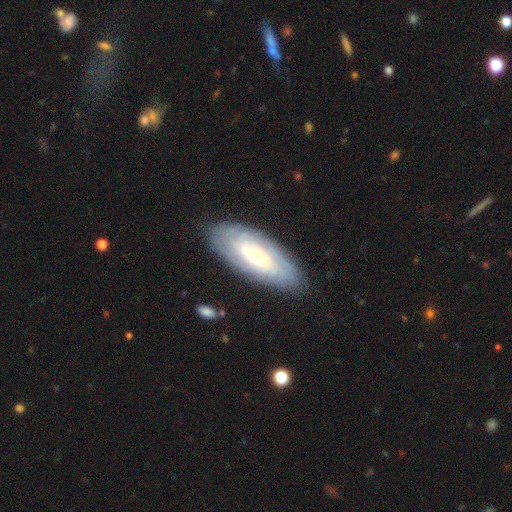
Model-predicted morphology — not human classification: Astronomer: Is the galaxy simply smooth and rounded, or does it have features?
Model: featured or disk — 59% (runner-up: smooth, 35%).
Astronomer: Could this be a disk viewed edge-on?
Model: no — 85%.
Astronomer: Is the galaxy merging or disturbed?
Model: none — 83%.